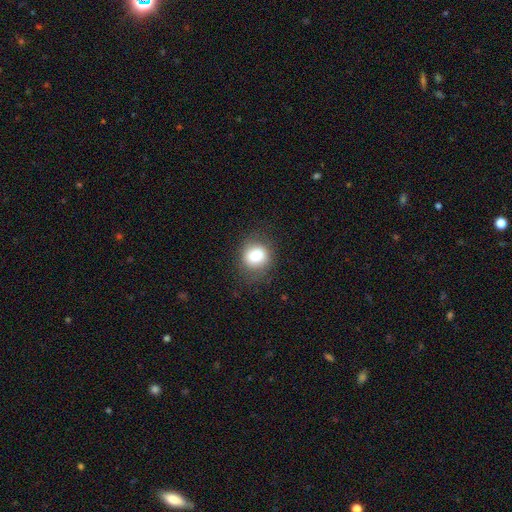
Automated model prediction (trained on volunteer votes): This appears to be a smooth galaxy with no disk features (77%) that is round (79%). Merging: none (81%).